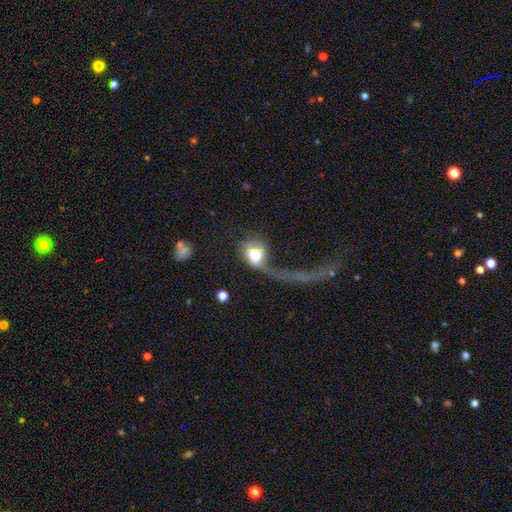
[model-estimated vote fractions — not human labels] Morphology: type=smooth (55%); roundness=in between (54%); merging=major disturbance (63%).